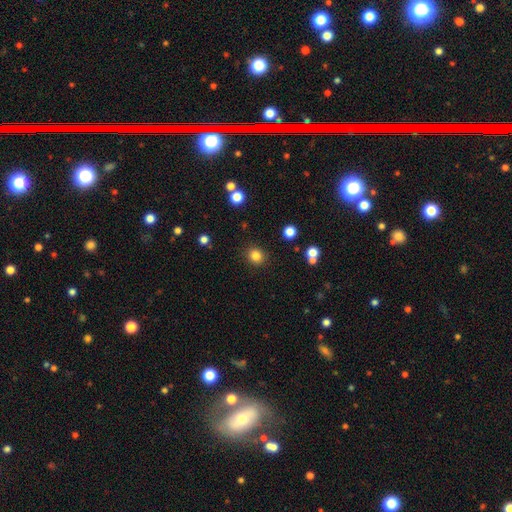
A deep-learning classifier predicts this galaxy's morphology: Smooth or featured? Predicted: smooth (p=0.83). How rounded? Predicted: round (p=0.85). Merging? Predicted: none (p=0.89).